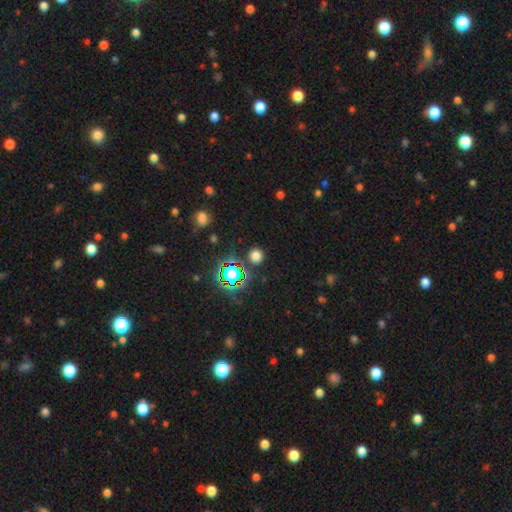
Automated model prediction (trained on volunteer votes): smooth-or-featured: smooth: 67% | star or artifact: 28% | featured or disk: 5%
  how-rounded: round: 88% | in between: 11% | cigar-shaped: 1%
  merging: none: 86% | minor disturbance: 7% | merger: 3% | major disturbance: 3%